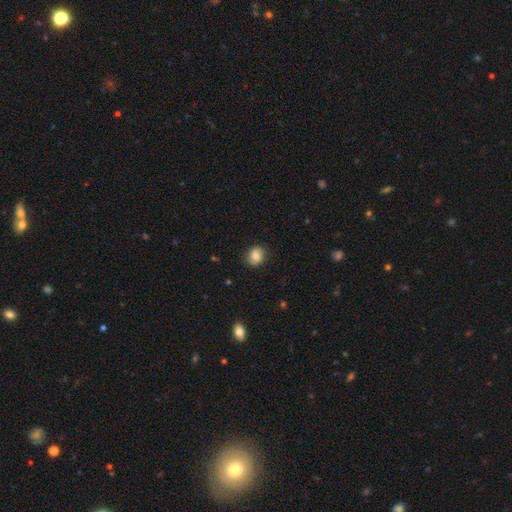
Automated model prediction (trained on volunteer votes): Overall: smooth (80%). How rounded: round (66%; in between 33%). Merging: none (87%).